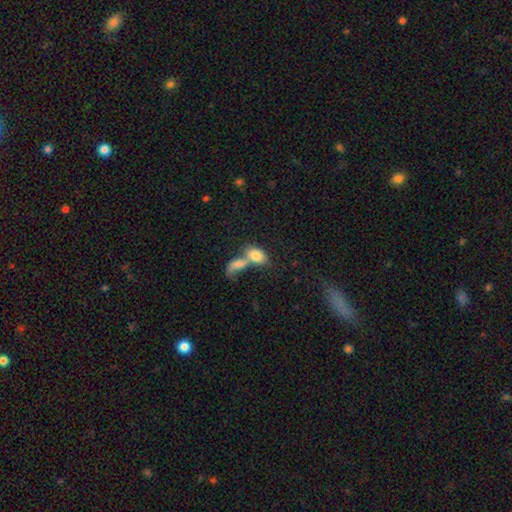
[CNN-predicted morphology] Overall: smooth (78%). How rounded: in between (83%). Merging: merger (69%).